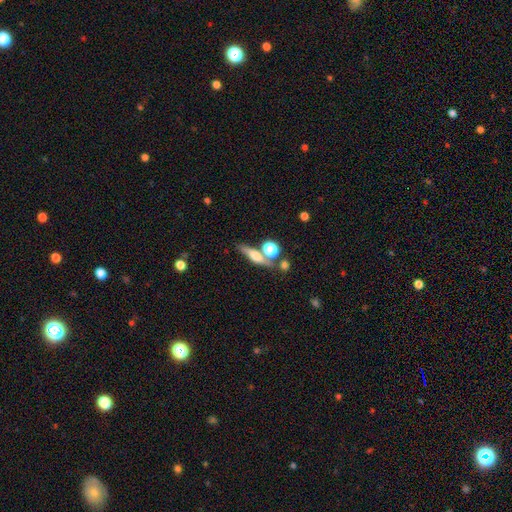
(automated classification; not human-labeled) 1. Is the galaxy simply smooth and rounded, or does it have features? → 45% smooth, 44% featured or disk, 11% star or artifact.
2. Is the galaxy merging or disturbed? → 63% none, 20% merger, 12% minor disturbance, 5% major disturbance.